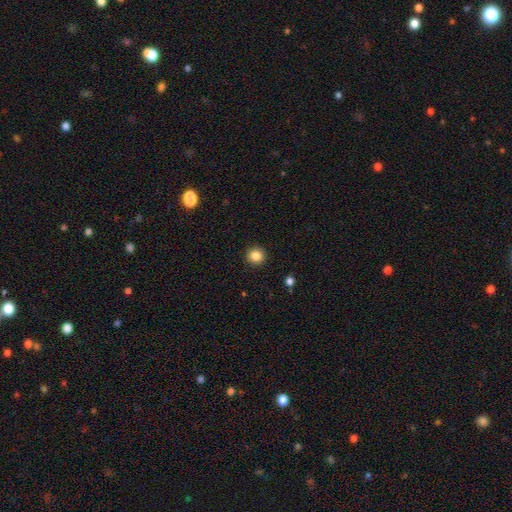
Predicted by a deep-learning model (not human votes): This is clearly a smooth galaxy (85%). How rounded: clearly round (94%). Merging: clearly none (92%).